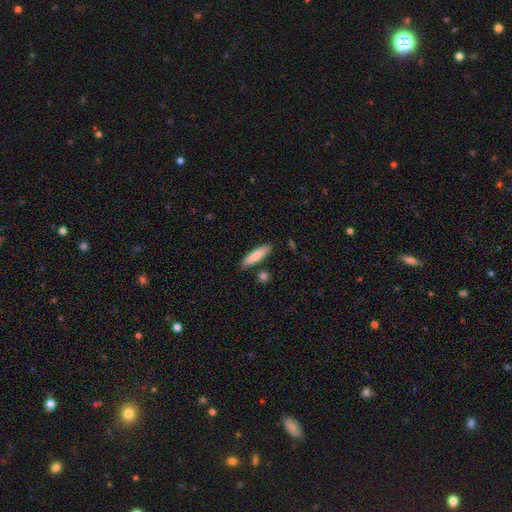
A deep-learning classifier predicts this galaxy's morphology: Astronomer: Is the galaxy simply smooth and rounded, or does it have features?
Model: smooth — 81%.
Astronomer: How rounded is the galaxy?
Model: cigar-shaped — 74%.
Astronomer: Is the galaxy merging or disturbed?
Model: none — 85%.